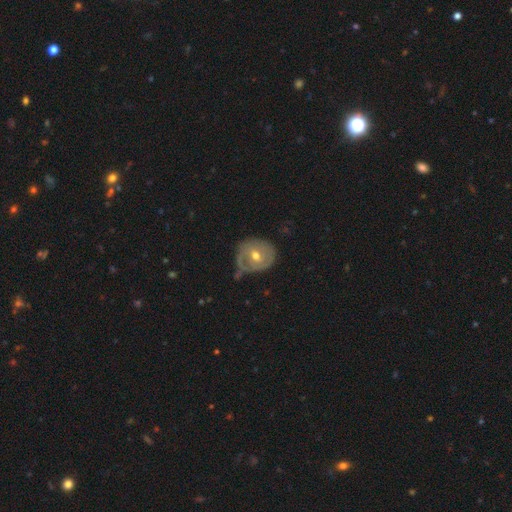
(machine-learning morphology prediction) This is possibly a featured or disk galaxy (55%). It is clearly not viewed edge-on (95%). Bar: likely no (62%). Spiral arm pattern: possibly yes (51%). Central bulge: likely moderate (71%). Merging: possibly none (47%).